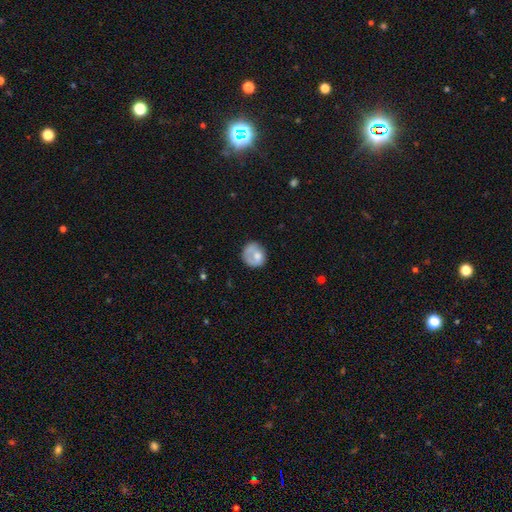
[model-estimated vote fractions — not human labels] Q: Smooth or featured?
A: smooth (67%); runner-up: featured or disk (25%)
Q: How rounded?
A: round (76%); runner-up: in between (23%)
Q: Merging?
A: none (52%); runner-up: minor disturbance (25%)